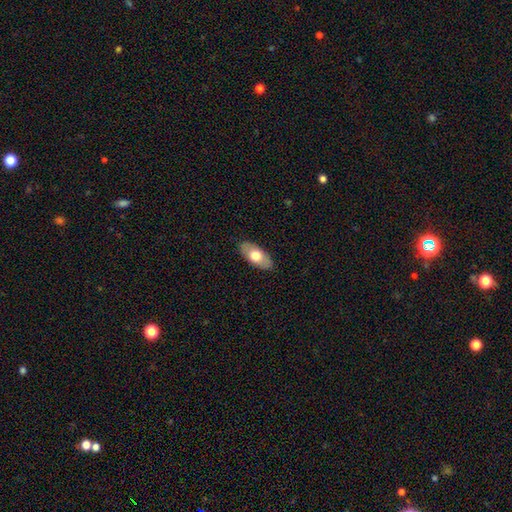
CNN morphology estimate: Smooth or featured: smooth — 66% (featured or disk — 28%)
How rounded: in between — 90% (cigar-shaped — 7%)
Merging: none — 87% (minor disturbance — 10%)